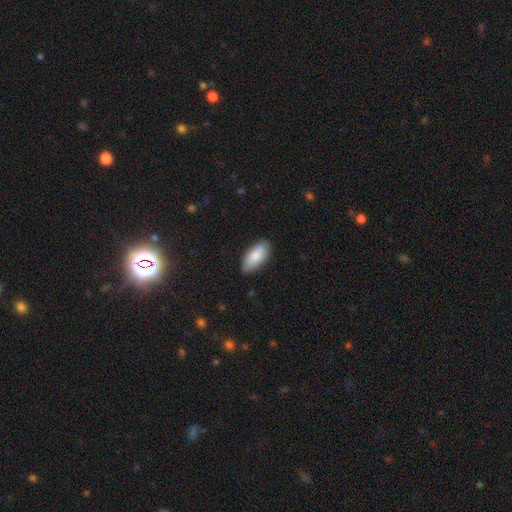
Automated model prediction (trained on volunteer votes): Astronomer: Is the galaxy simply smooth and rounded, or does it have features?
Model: smooth — 84%.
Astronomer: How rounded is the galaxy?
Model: in between — 91%.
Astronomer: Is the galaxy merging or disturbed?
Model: none — 83%.